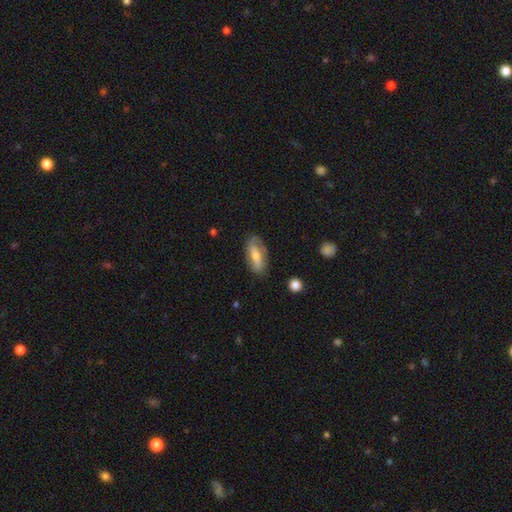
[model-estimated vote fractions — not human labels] Smooth or featured: smooth — 52% (featured or disk — 41%)
How rounded: in between — 78% (cigar-shaped — 19%)
Merging: none — 75% (minor disturbance — 18%)